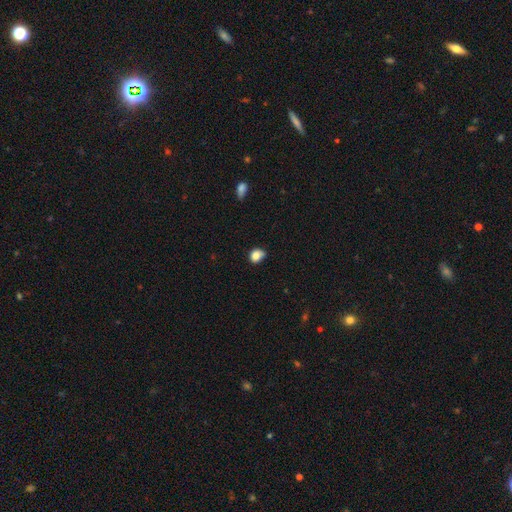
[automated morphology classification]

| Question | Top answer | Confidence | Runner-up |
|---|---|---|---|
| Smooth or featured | smooth | 83% | star or artifact (10%) |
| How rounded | round | 61% | in between (38%) |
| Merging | none | 56% | minor disturbance (34%) |